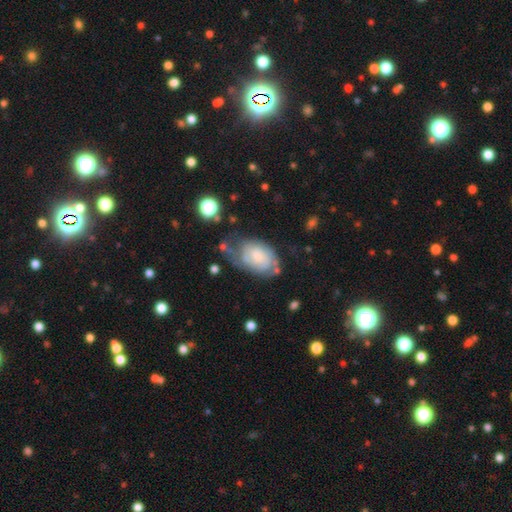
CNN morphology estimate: The model was most divided on "spiral arm count": can't tell: 39%, 2: 38%, 1: 9%, 3: 8%, 4: 3%, more than 4: 3%. Remaining: edge-on disk — no (97%); spiral arms — yes (86%); bar — no (67%); smooth or featured — featured or disk (64%); spiral winding — tight (57%); merging — none (42%); bulge size — small (32%).